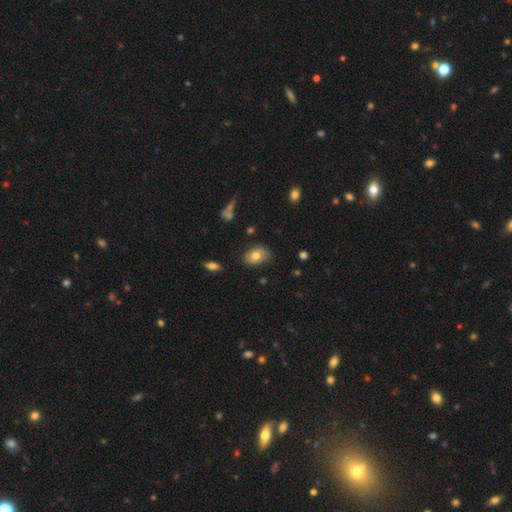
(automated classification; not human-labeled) A smooth galaxy with no disk features (74%) that is in between round and cigar-shaped (85%). Merging: none (78%).